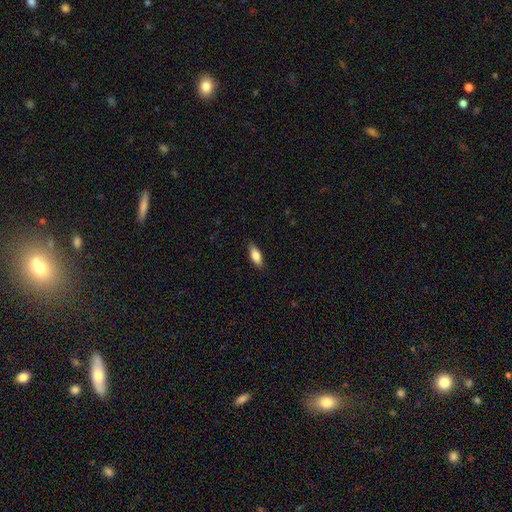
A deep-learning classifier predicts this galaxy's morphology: Q: Smooth or featured?
A: smooth (83%); runner-up: featured or disk (10%)
Q: How rounded?
A: in between (78%); runner-up: cigar-shaped (20%)
Q: Merging?
A: none (85%); runner-up: minor disturbance (12%)